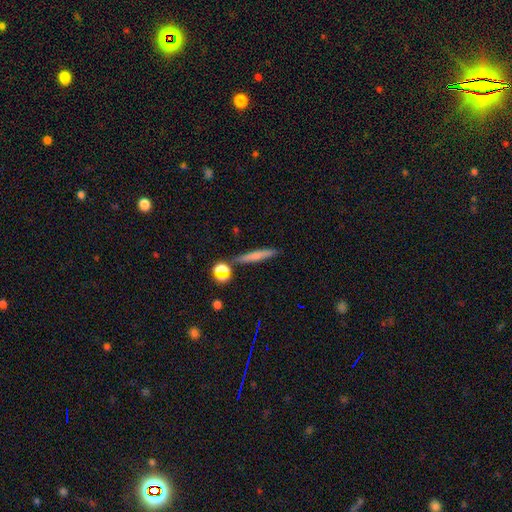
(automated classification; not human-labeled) Overall: smooth (65%). How rounded: cigar-shaped (87%). Merging: none (79%).